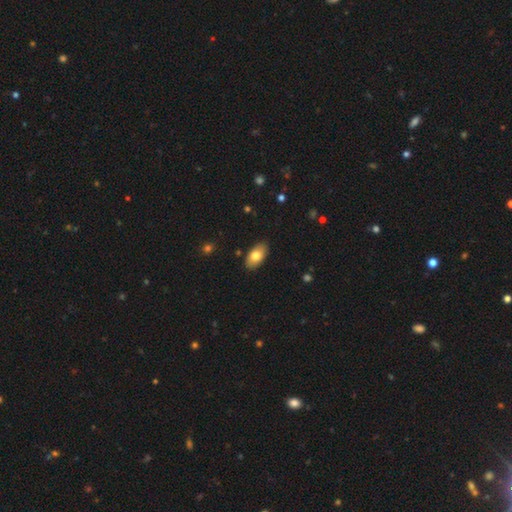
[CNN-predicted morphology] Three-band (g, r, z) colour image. It shows a smooth galaxy with no disk features (78%) that is in between round and cigar-shaped (93%). Merging: none (87%).